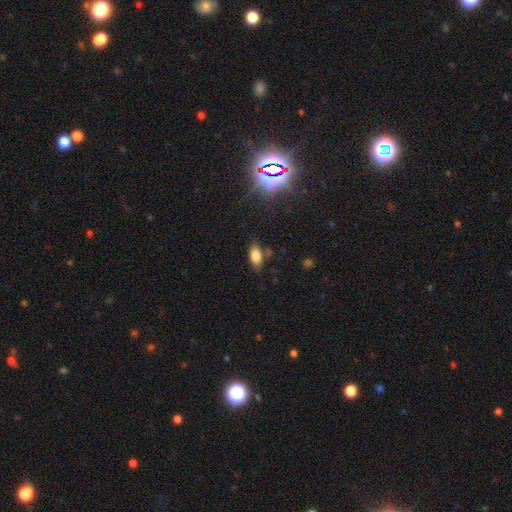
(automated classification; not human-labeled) Overall: smooth (80%). How rounded: in between (88%). Merging: none (74%).